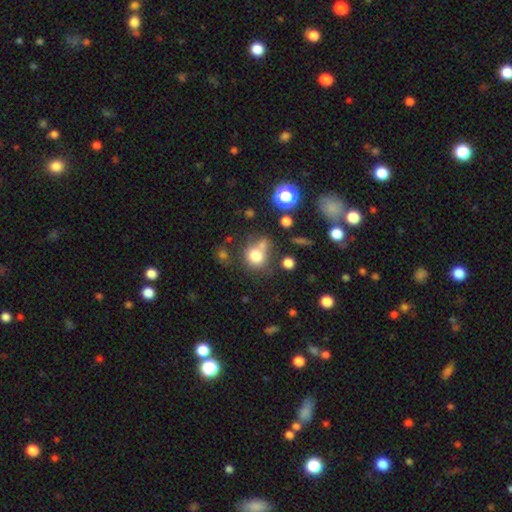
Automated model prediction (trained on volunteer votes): Smooth or featured?
  - smooth: 76% *
  - star or artifact: 14%
  - featured or disk: 10%
How rounded?
  - round: 82% *
  - in between: 17%
  - cigar-shaped: 1%
Merging?
  - none: 54% *
  - merger: 25%
  - minor disturbance: 14%
  - major disturbance: 7%